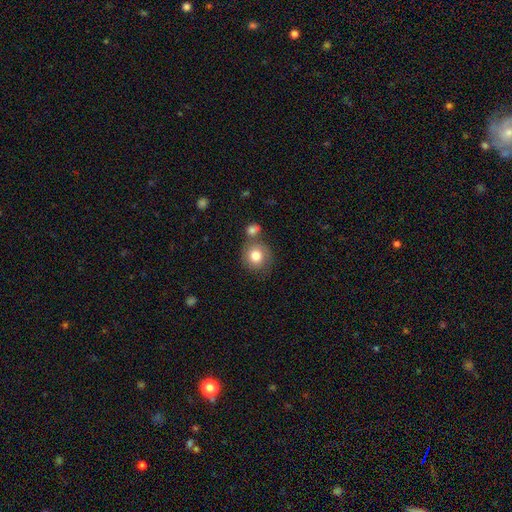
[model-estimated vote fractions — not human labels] A smooth galaxy with no disk features (79%) that is round (86%).

Vote fractions:
- Smooth or featured? smooth: 79% / featured or disk: 13% / star or artifact: 8%
- How rounded? round: 86% / in between: 13% / cigar-shaped: 1%
- Merging? none: 58% / merger: 24% / minor disturbance: 13% / major disturbance: 5%